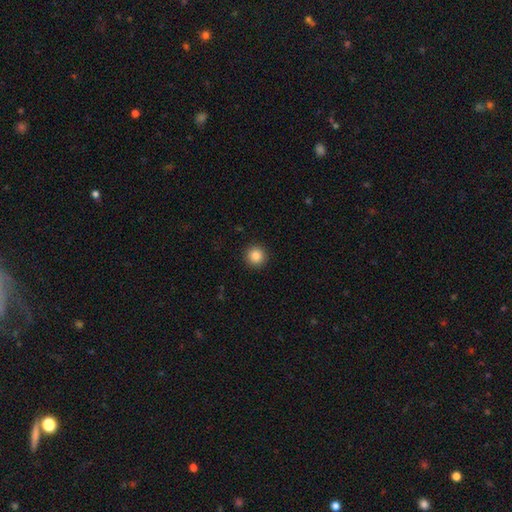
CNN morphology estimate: This is clearly a smooth galaxy (85%). How rounded: clearly round (95%). Merging: clearly none (93%).